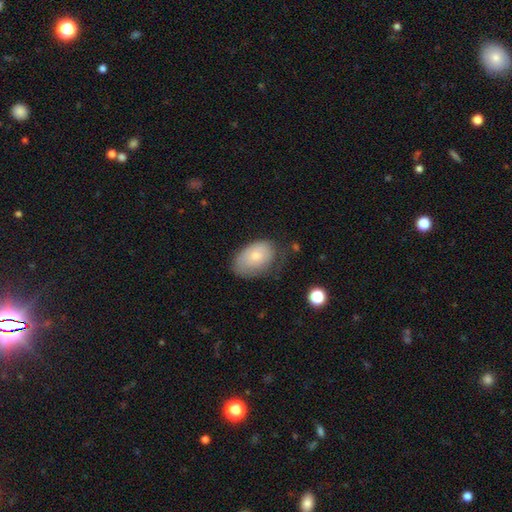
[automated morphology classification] Q: Smooth or featured?
A: smooth (73%); runner-up: featured or disk (20%)
Q: How rounded?
A: in between (88%); runner-up: round (11%)
Q: Merging?
A: none (53%); runner-up: minor disturbance (32%)